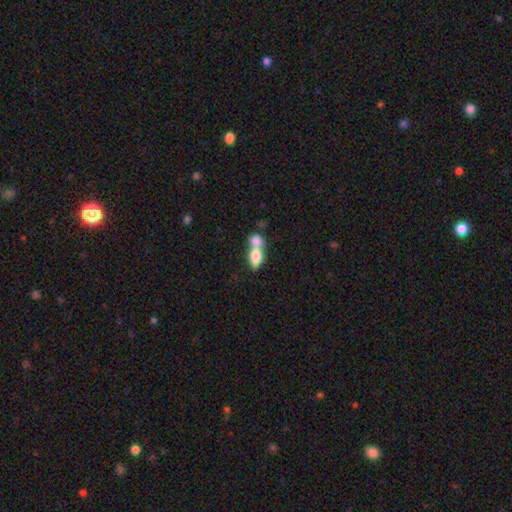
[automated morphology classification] smooth 76%, featured or disk 16%, star or artifact 7%. Down the decision tree: how rounded — in between (77%); merging — merger (73%).